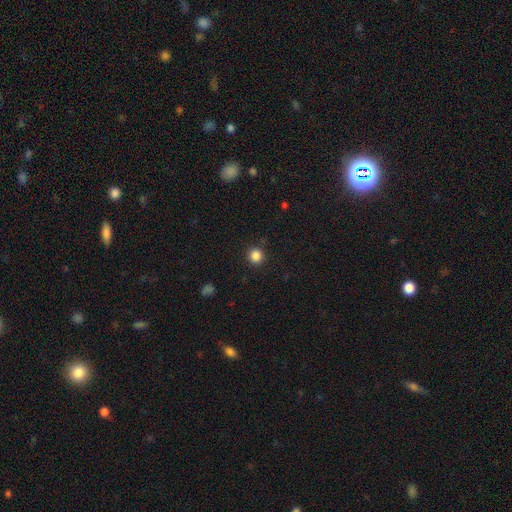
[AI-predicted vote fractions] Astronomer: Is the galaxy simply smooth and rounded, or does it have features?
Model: smooth — 86%.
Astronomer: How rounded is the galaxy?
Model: round — 93%.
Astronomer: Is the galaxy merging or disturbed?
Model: none — 91%.